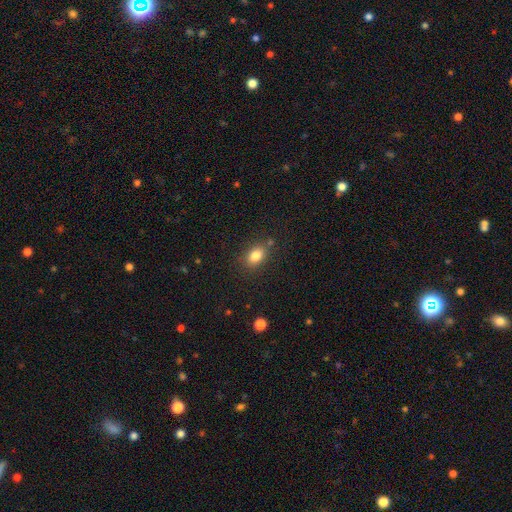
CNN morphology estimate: Q: Smooth or featured?
A: smooth (83%); runner-up: star or artifact (10%)
Q: How rounded?
A: in between (80%); runner-up: round (18%)
Q: Merging?
A: none (78%); runner-up: minor disturbance (13%)